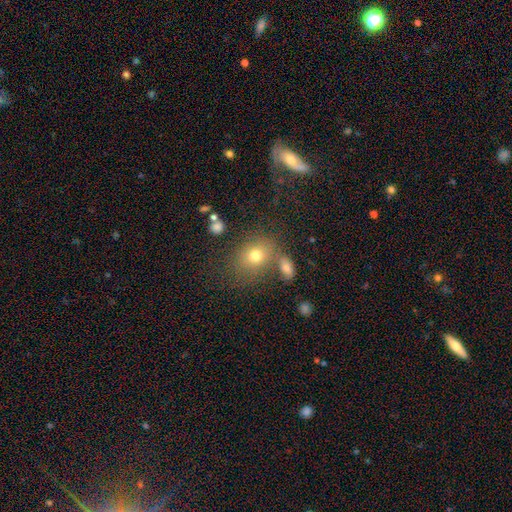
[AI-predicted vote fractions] This is likely a smooth galaxy (71%). How rounded: possibly in between (49%, tied with round). Merging: possibly none (59%).